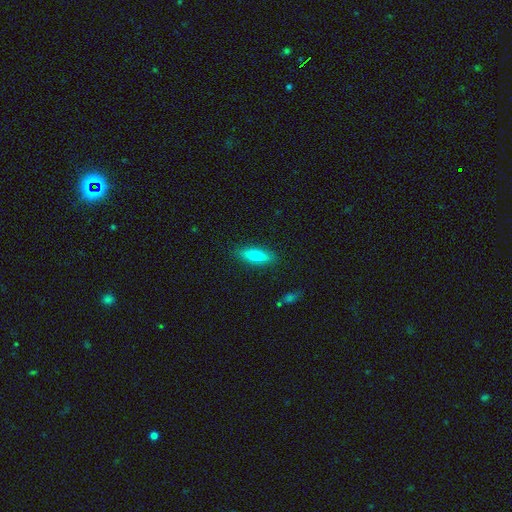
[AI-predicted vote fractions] This is likely a smooth galaxy (76%). How rounded: possibly cigar-shaped (52%). Merging: clearly none (87%).